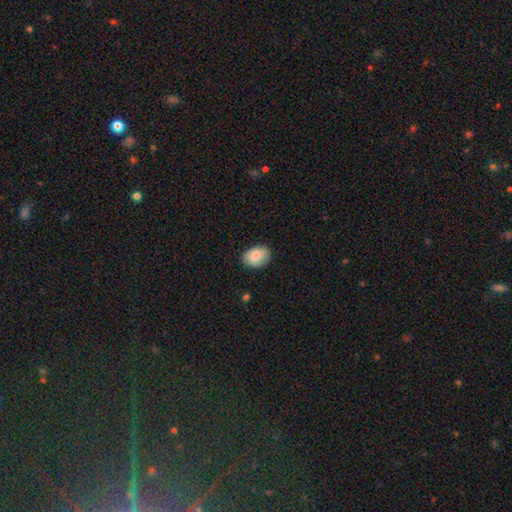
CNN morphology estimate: This appears to be a smooth galaxy with no disk features (84%) that is in between round and cigar-shaped (77%). Merging: none (81%).